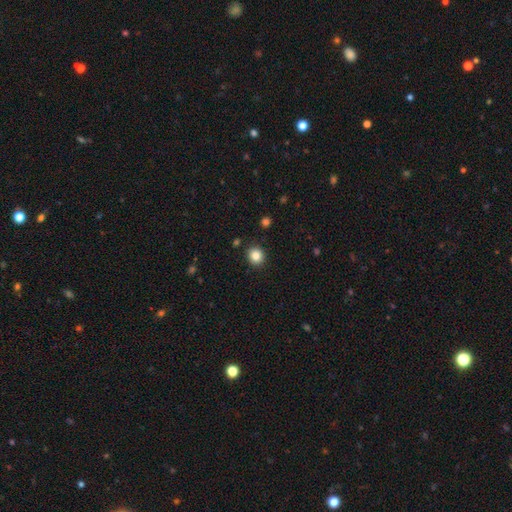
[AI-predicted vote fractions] A smooth galaxy with no disk features (84%) that is round (86%).

Vote fractions:
- Smooth or featured? smooth: 84% / star or artifact: 11% / featured or disk: 5%
- How rounded? round: 86% / in between: 13% / cigar-shaped: 1%
- Merging? none: 91% / minor disturbance: 6% / major disturbance: 2% / merger: 2%